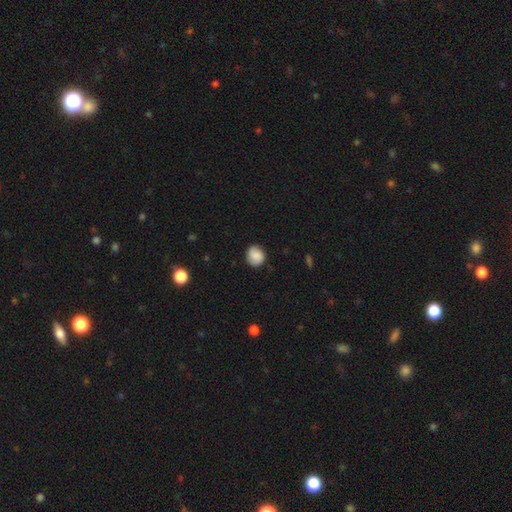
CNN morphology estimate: smooth_or_featured: smooth (p=0.85) [alt: star or artifact p=0.08]
how_rounded: round (p=0.79) [alt: in between p=0.21]
merging: none (p=0.84) [alt: minor disturbance p=0.12]